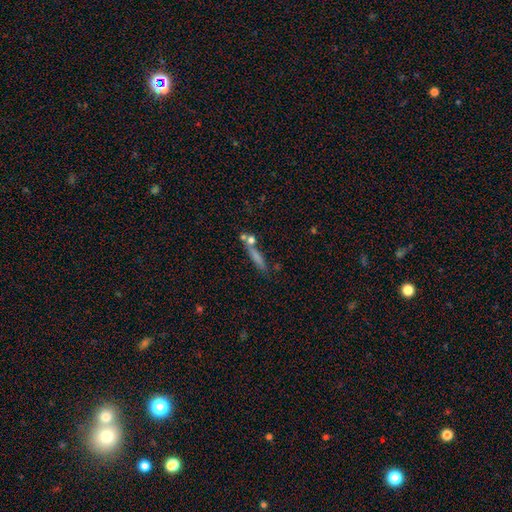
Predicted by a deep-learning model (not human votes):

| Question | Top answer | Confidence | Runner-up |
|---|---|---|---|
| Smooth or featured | smooth | 51% | featured or disk (33%) |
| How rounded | cigar-shaped | 87% | in between (9%) |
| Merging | none | 72% | minor disturbance (12%) |